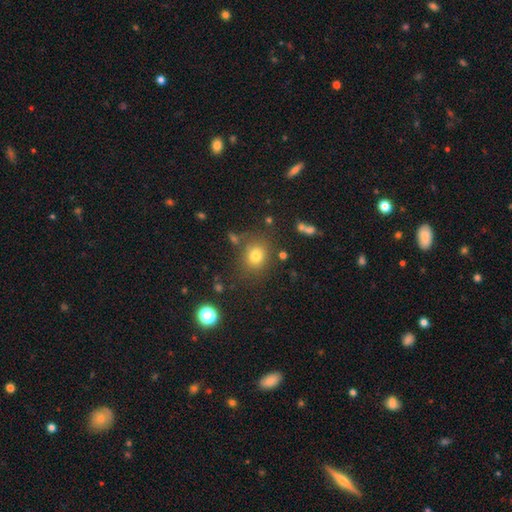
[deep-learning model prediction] smooth-or-featured: smooth: 76% | star or artifact: 15% | featured or disk: 9%
  how-rounded: round: 71% | in between: 28% | cigar-shaped: 1%
  merging: none: 78% | minor disturbance: 12% | merger: 5% | major disturbance: 5%